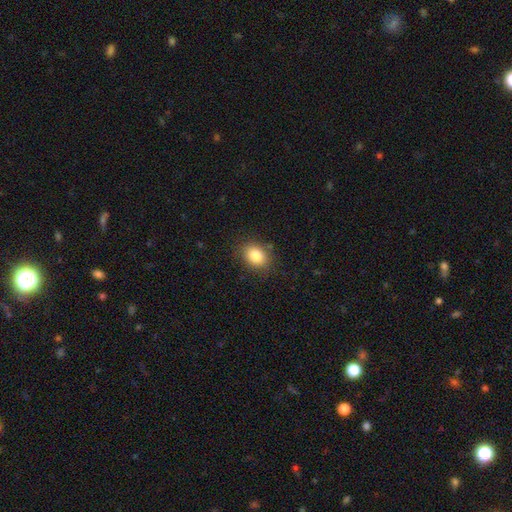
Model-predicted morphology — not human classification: A smooth galaxy with no disk features (84%) that is in between round and cigar-shaped (66%).

Vote fractions:
- Smooth or featured? smooth: 84% / star or artifact: 9% / featured or disk: 7%
- How rounded? in between: 66% / round: 33% / cigar-shaped: 1%
- Merging? none: 84% / minor disturbance: 11% / major disturbance: 3% / merger: 2%